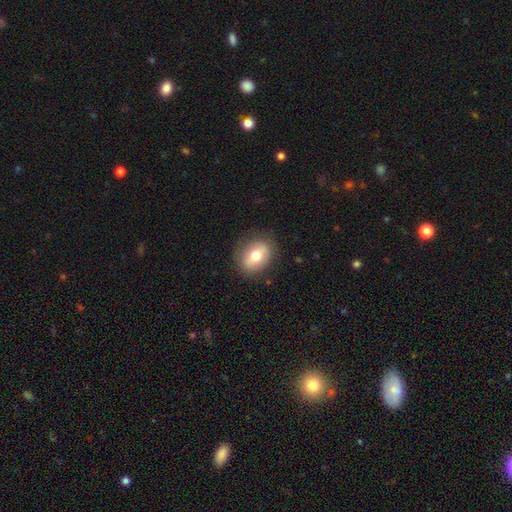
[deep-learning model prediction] Smooth or featured?
  - smooth: 63% *
  - featured or disk: 29%
  - star or artifact: 8%
How rounded?
  - in between: 59% *
  - round: 40%
  - cigar-shaped: 2%
Merging?
  - none: 85% *
  - minor disturbance: 11%
  - major disturbance: 3%
  - merger: 1%